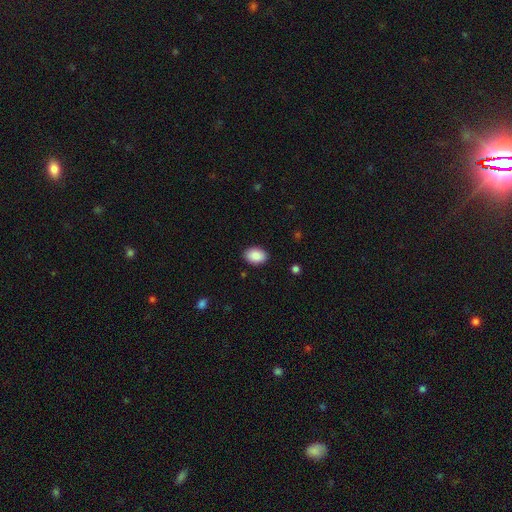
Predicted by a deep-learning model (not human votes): Smooth or featured? smooth (89%)
How rounded? in between (84%)
Merging? none (89%)